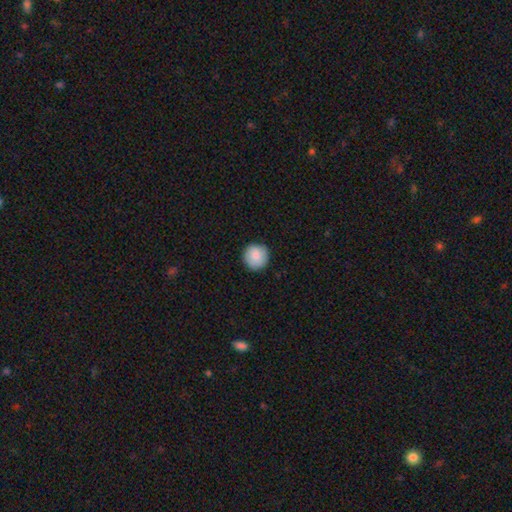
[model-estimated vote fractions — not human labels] Overall: smooth (88%). How rounded: round (95%). Merging: none (88%).